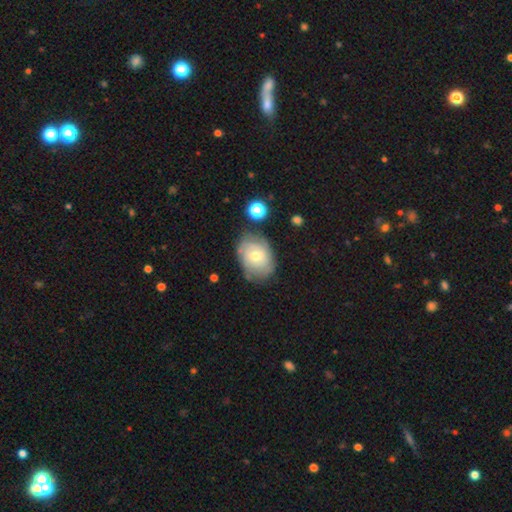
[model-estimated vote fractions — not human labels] Morphology: type=featured or disk (53%); edge-on=no (95%); bar=no (72%); spiral arms=yes (72%); bulge=moderate (62%); merging=none (66%).